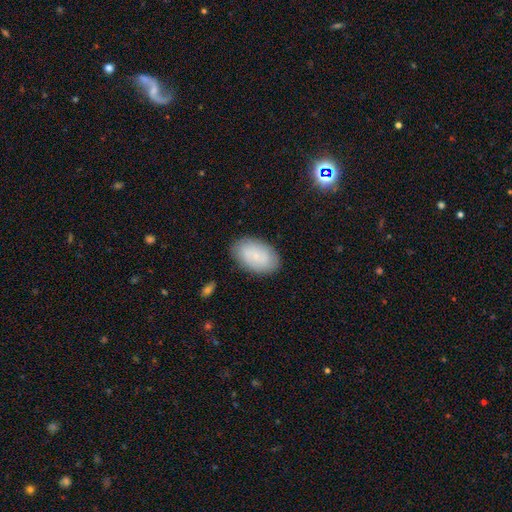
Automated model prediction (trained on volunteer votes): This is possibly a smooth galaxy (59%). How rounded: clearly in between (92%). Merging: clearly none (84%).